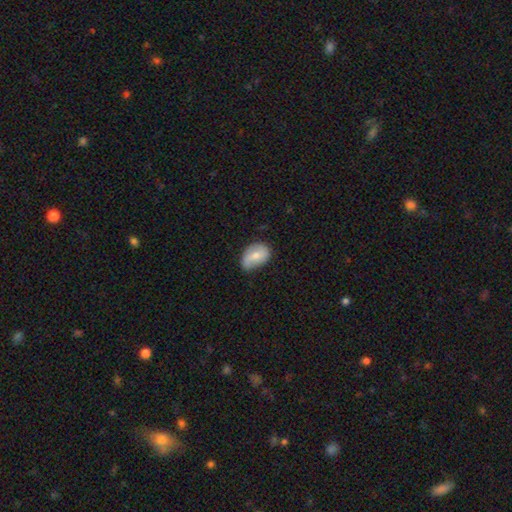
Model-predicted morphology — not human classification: type=smooth (66%); roundness=in between (82%); merging=none (57%).